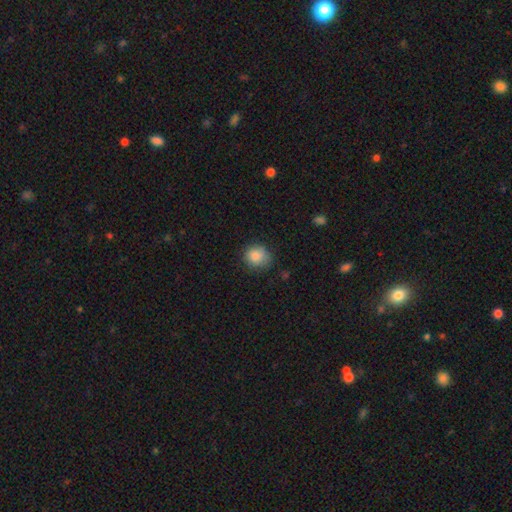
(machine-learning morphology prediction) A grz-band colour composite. It shows a smooth galaxy with no disk features (85%) that is round (81%). Merging: none (74%).